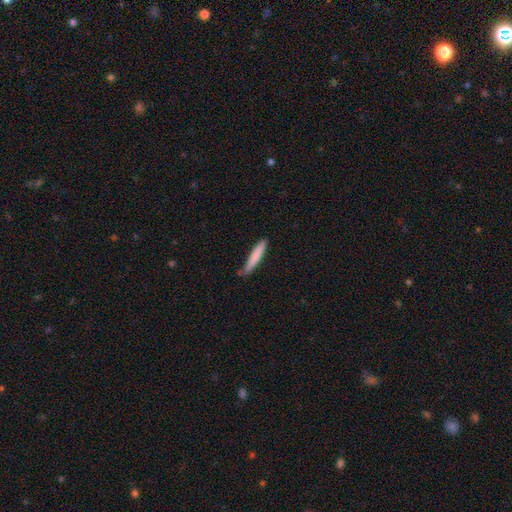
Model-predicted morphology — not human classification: Overall: smooth (79%). How rounded: cigar-shaped (92%). Merging: none (74%).